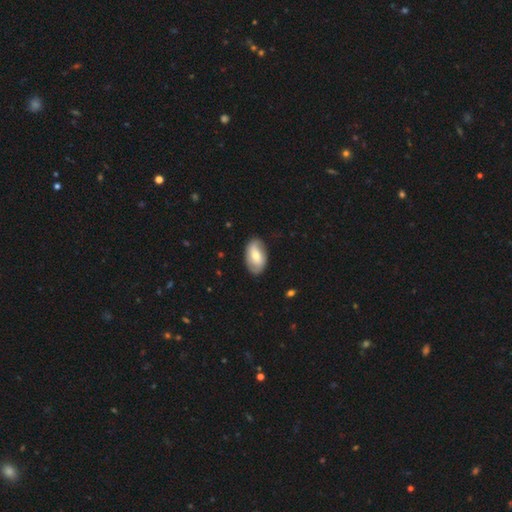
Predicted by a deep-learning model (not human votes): A smooth galaxy with no disk features (51%) that is in between round and cigar-shaped (92%). Merging: none (82%).